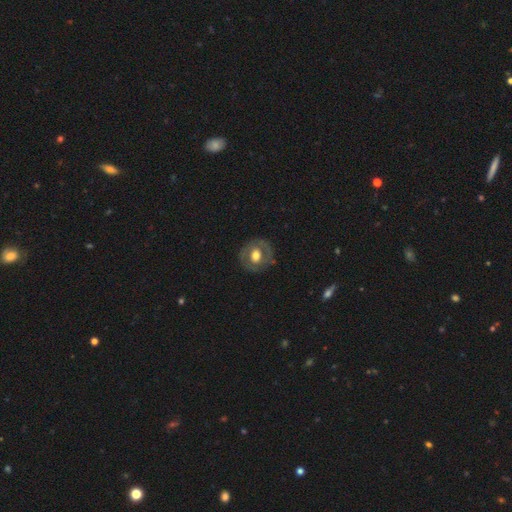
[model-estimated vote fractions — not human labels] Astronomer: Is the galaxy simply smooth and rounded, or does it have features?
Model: featured or disk — 49% (runner-up: smooth, 45%).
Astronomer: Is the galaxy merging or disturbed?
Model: none — 80%.